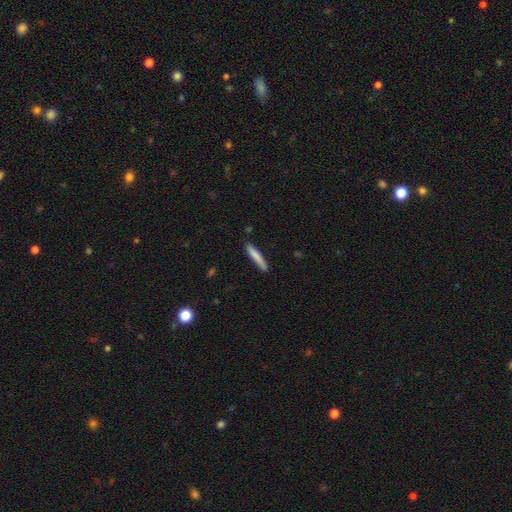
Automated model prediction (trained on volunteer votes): smooth 79%, featured or disk 15%, star or artifact 6%. Down the decision tree: how rounded — cigar-shaped (94%); merging — none (84%).